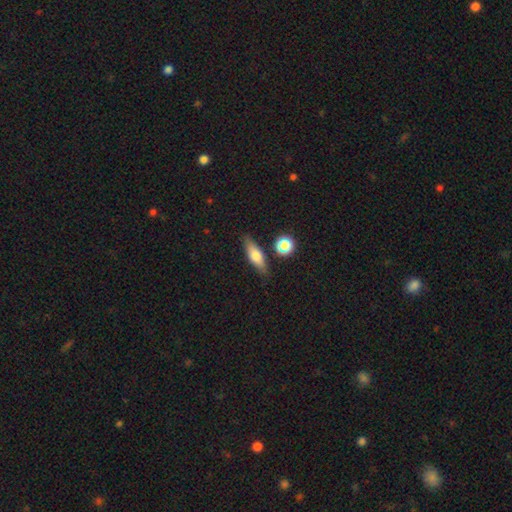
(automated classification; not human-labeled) Smooth or featured? Predicted: smooth (p=0.64). How rounded? Predicted: in between (p=0.51). Merging? Predicted: none (p=0.79).